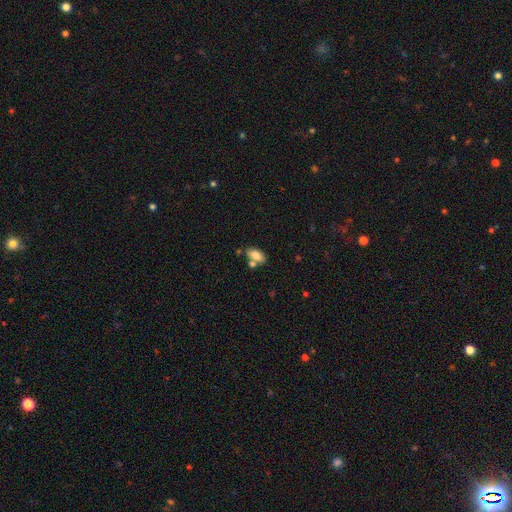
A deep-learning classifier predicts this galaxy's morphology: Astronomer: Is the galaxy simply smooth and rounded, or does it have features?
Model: smooth — 81%.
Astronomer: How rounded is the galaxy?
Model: in between — 90%.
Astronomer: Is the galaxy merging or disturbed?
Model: none — 62%.